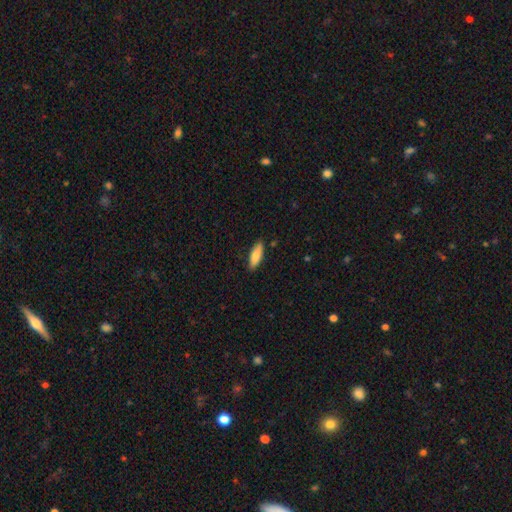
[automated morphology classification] The model was most divided on "how rounded": in between: 66%, cigar-shaped: 32%, round: 2%. More confident: merging — none (84%); smooth or featured — smooth (83%).